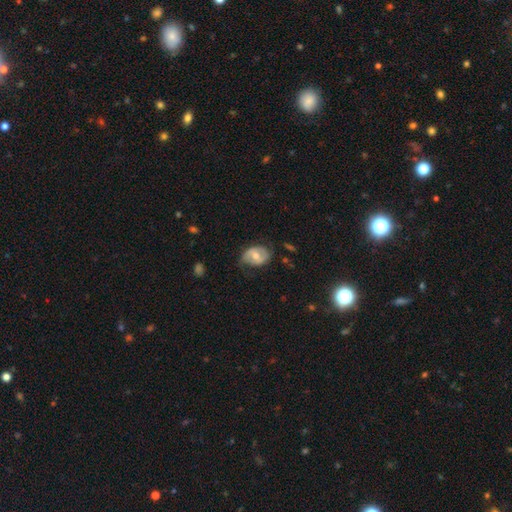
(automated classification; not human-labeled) A featured or disk galaxy (49%).

Vote fractions:
- Smooth or featured? featured or disk: 49% / smooth: 45% / star or artifact: 7%
- Merging? none: 57% / minor disturbance: 31% / major disturbance: 11% / merger: 1%